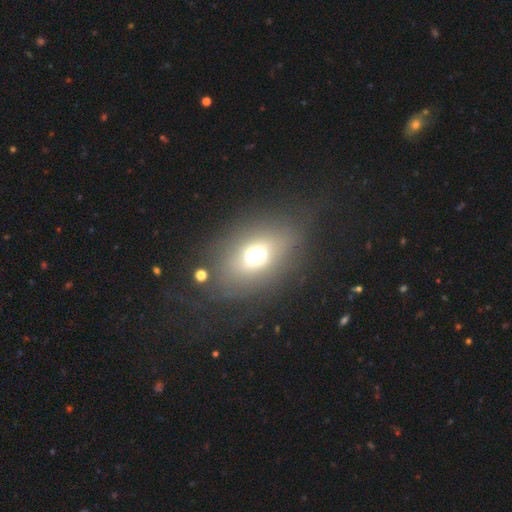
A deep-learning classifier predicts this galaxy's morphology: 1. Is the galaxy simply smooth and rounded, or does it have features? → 60% smooth, 20% featured or disk, 20% star or artifact.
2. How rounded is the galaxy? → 67% in between, 31% round, 3% cigar-shaped.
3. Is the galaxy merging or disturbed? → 74% none, 13% minor disturbance, 10% major disturbance, 3% merger.